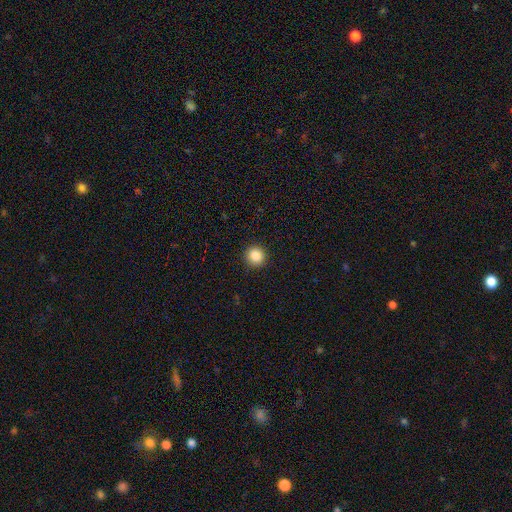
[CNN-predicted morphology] This is clearly a smooth galaxy (86%). How rounded: clearly round (93%). Merging: clearly none (92%).